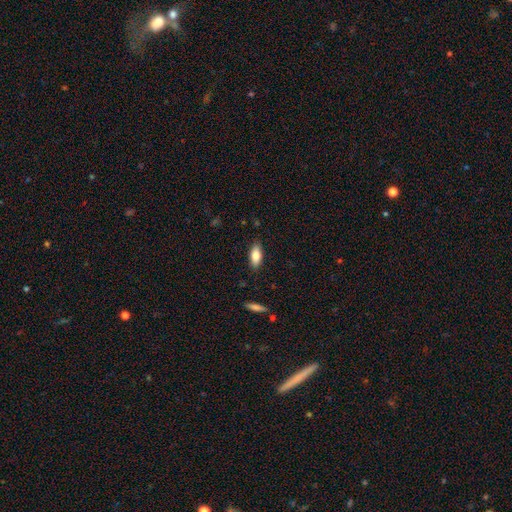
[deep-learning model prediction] This appears to be a smooth galaxy with no disk features (81%) that is in between round and cigar-shaped (82%). Merging: none (86%).